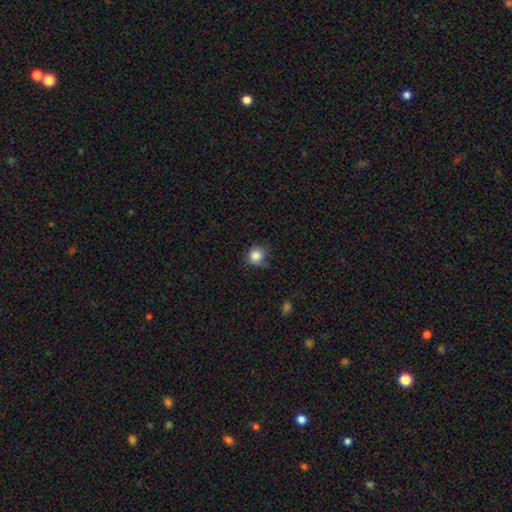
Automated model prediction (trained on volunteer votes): This is clearly a smooth galaxy (85%). How rounded: clearly round (88%). Merging: likely none (70%).